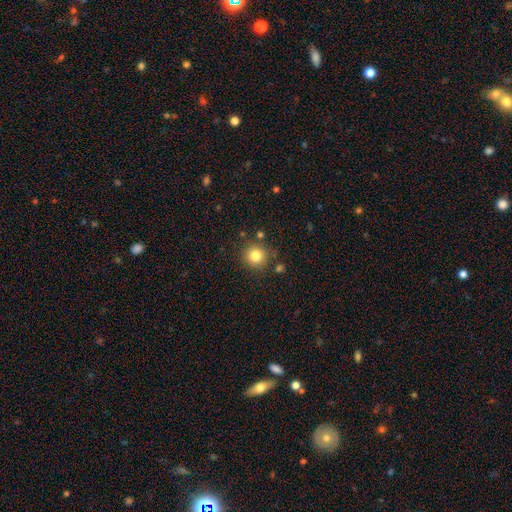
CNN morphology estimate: Smooth or featured? smooth (81%)
How rounded? round (93%)
Merging? none (84%)